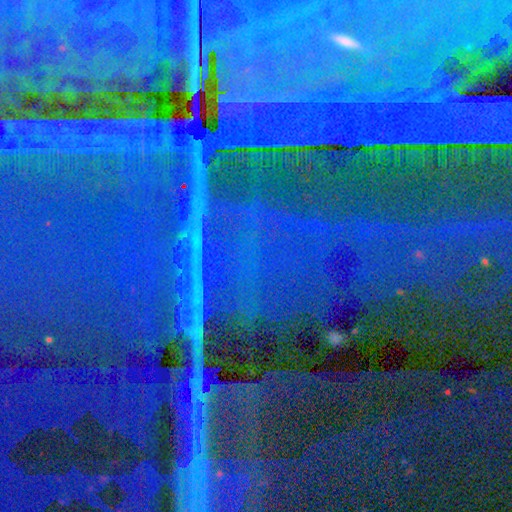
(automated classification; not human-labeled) A star or artifact, not a galaxy (89%).

Vote fractions:
- Smooth or featured? star or artifact: 89% / featured or disk: 6% / smooth: 5%